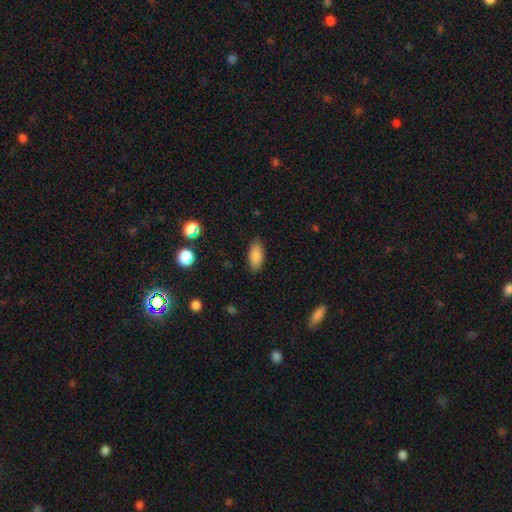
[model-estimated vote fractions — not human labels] Morphology: type=smooth (87%); roundness=in between (89%); merging=none (87%).